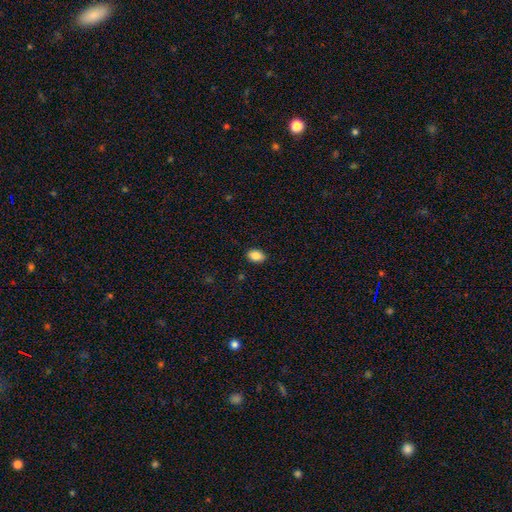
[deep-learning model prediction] Smooth or featured?
  - smooth: 87% *
  - star or artifact: 8%
  - featured or disk: 5%
How rounded?
  - in between: 80% *
  - round: 19%
  - cigar-shaped: 1%
Merging?
  - none: 89% *
  - minor disturbance: 8%
  - major disturbance: 2%
  - merger: 1%